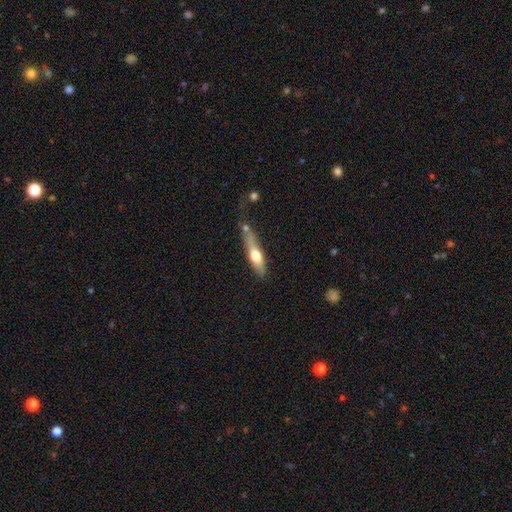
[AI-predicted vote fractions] Smooth or featured? Predicted: smooth (p=0.55). How rounded? Predicted: cigar-shaped (p=0.71). Merging? Predicted: none (p=0.50).